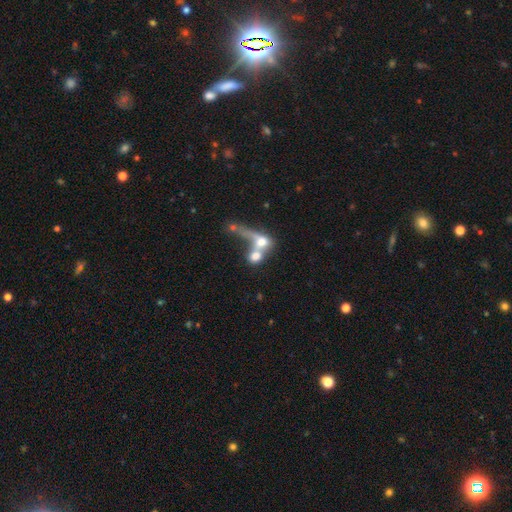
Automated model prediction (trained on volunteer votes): Smooth or featured? Predicted: smooth (p=0.60). How rounded? Predicted: round (p=0.48). Merging? Predicted: merger (p=0.69).